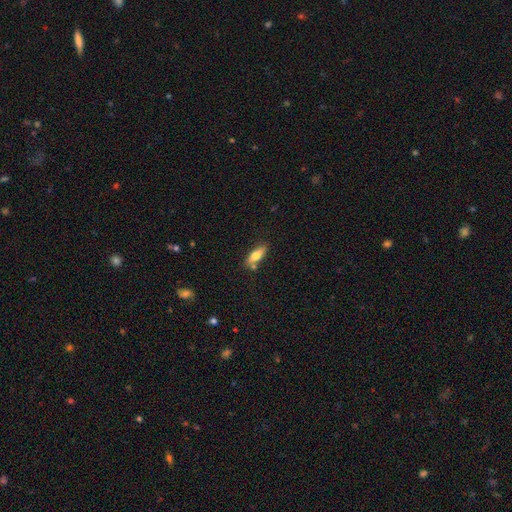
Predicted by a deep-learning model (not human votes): Q: Smooth or featured?
A: smooth (71%); runner-up: featured or disk (23%)
Q: How rounded?
A: in between (63%); runner-up: cigar-shaped (35%)
Q: Merging?
A: none (71%); runner-up: minor disturbance (15%)